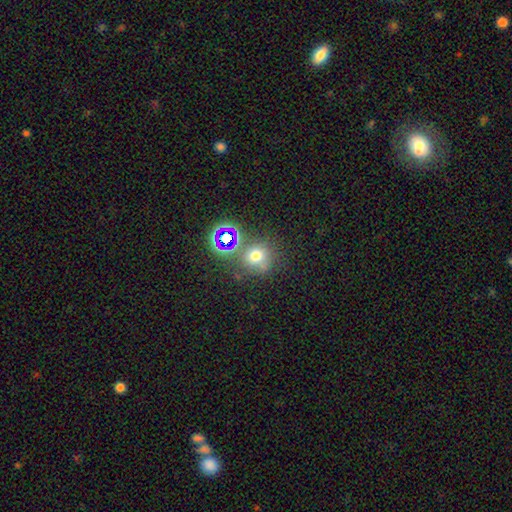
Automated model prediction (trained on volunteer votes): Smooth or featured? Predicted: smooth (p=0.61). How rounded? Predicted: round (p=0.85). Merging? Predicted: none (p=0.68).